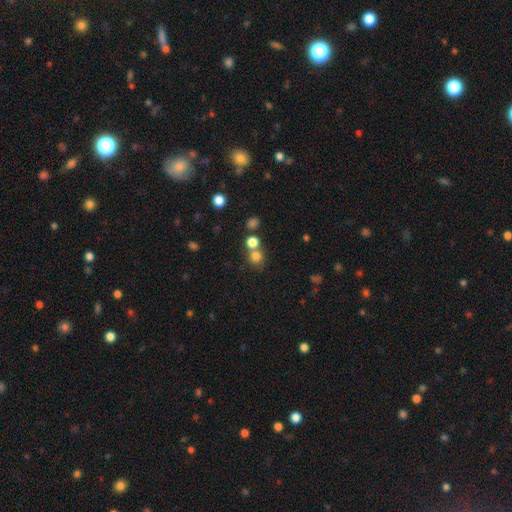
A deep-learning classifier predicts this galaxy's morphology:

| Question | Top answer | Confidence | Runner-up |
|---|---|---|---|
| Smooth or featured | smooth | 77% | star or artifact (15%) |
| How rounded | round | 86% | in between (13%) |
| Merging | none | 57% | merger (32%) |